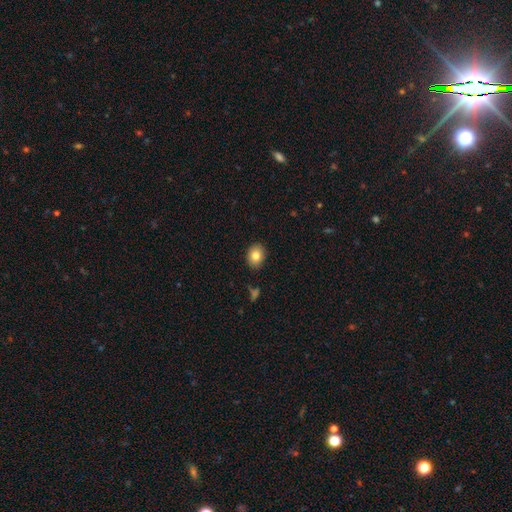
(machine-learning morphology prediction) Overall: smooth (83%). How rounded: in between (56%; round 43%). Merging: none (88%).